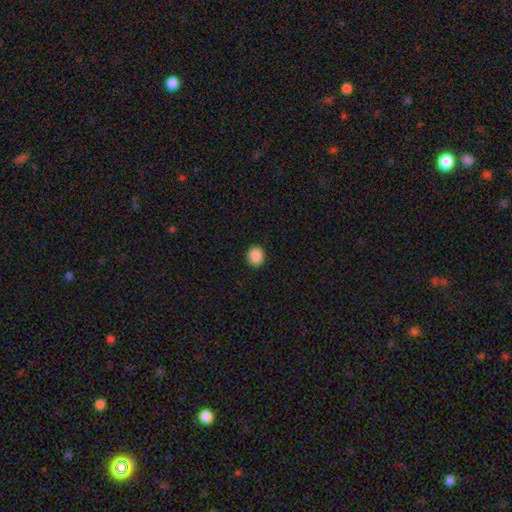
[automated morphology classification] A smooth galaxy with no disk features (89%) that is round (72%).

Vote fractions:
- Smooth or featured? smooth: 89% / star or artifact: 9% / featured or disk: 3%
- How rounded? round: 72% / in between: 27% / cigar-shaped: 1%
- Merging? none: 91% / minor disturbance: 6% / major disturbance: 2% / merger: 1%